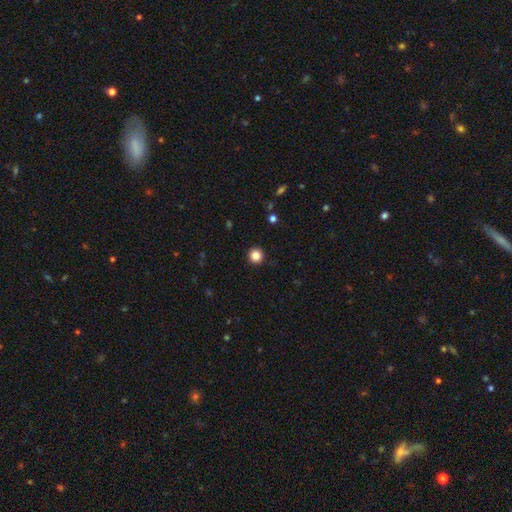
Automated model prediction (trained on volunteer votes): Overall: smooth (84%). How rounded: round (95%). Merging: none (93%).